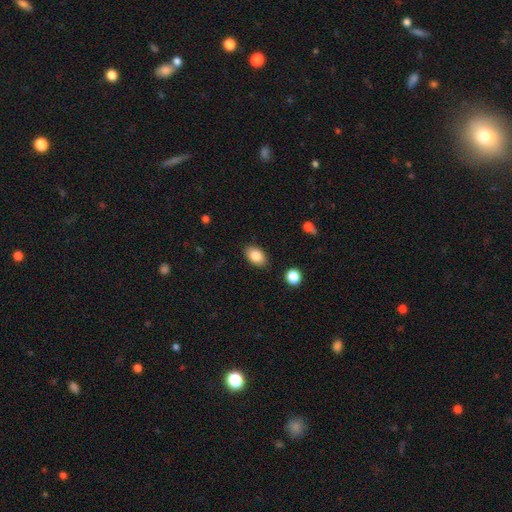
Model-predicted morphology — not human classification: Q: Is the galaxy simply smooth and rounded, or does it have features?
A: smooth — 85%.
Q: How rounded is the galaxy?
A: in between — 88%.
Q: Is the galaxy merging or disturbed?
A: none — 86%.